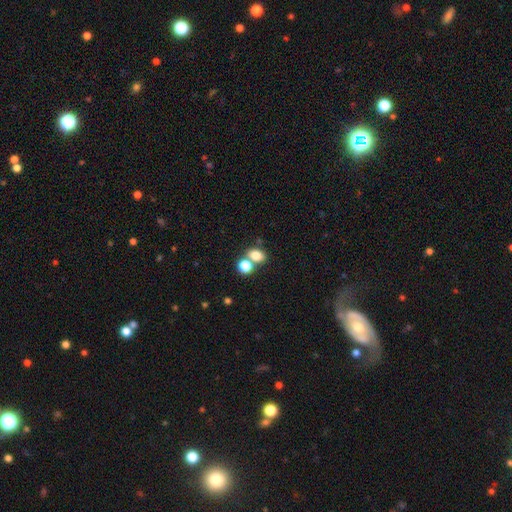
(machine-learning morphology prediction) This is likely a smooth galaxy (78%). How rounded: possibly in between (56%). Merging: possibly none (51%).